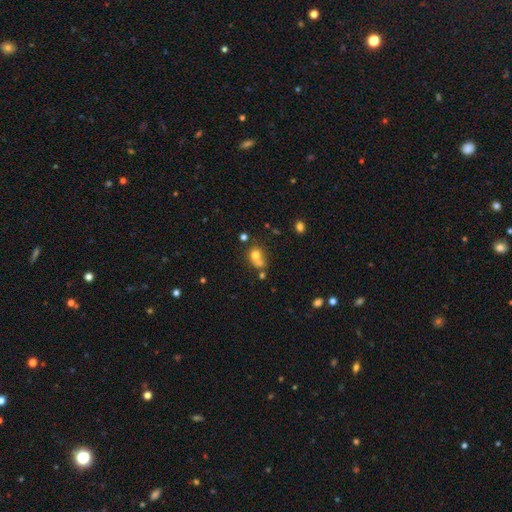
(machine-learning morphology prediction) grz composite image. It shows a smooth galaxy with no disk features (71%) that is round (70%). Merging: merger (47%).